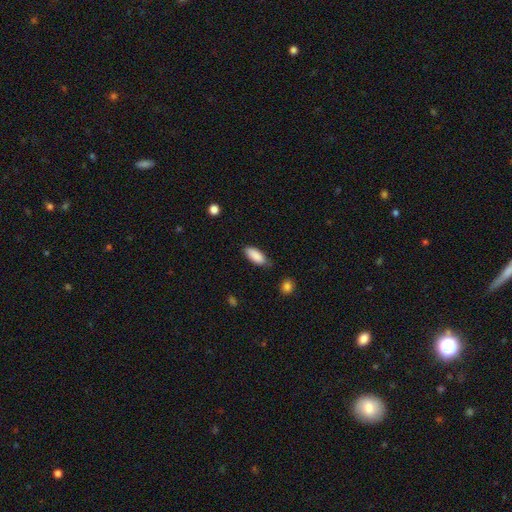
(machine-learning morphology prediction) smooth 88%, star or artifact 7%, featured or disk 5%. Down the decision tree: how rounded — in between (82%); merging — none (73%).